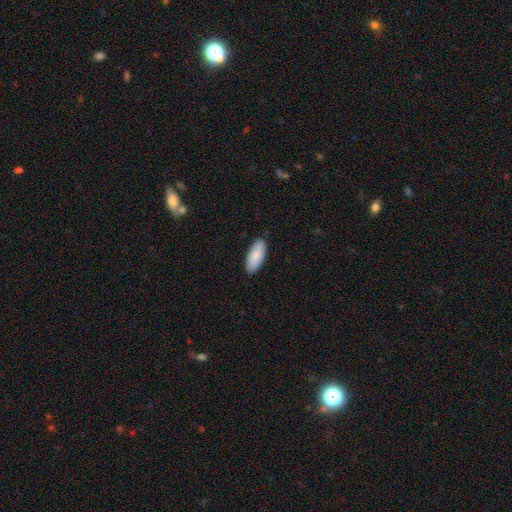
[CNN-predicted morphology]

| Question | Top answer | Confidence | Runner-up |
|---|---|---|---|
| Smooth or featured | smooth | 87% | featured or disk (8%) |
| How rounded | in between | 84% | cigar-shaped (14%) |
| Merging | none | 87% | minor disturbance (10%) |